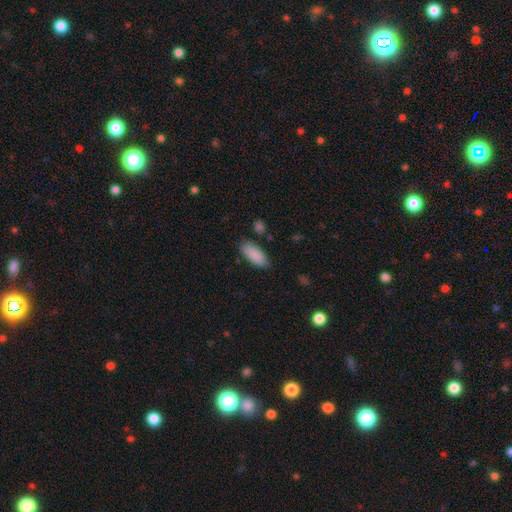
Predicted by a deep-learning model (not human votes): This appears to be a smooth galaxy with no disk features (89%) that is in between round and cigar-shaped (82%). Merging: none (83%).